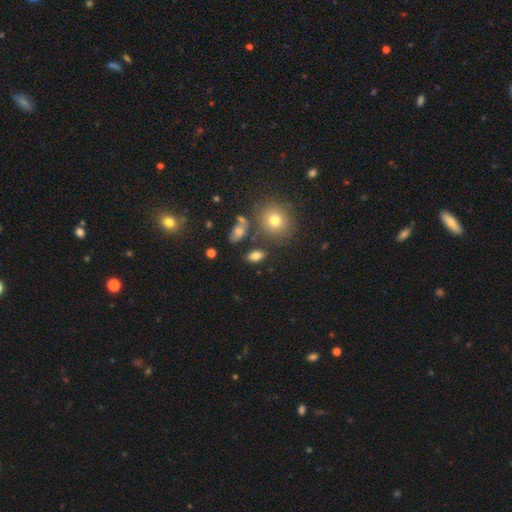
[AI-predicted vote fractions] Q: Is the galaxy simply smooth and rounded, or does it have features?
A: smooth — 78%.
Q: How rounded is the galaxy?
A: in between — 84%.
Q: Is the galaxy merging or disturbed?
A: none — 77%.